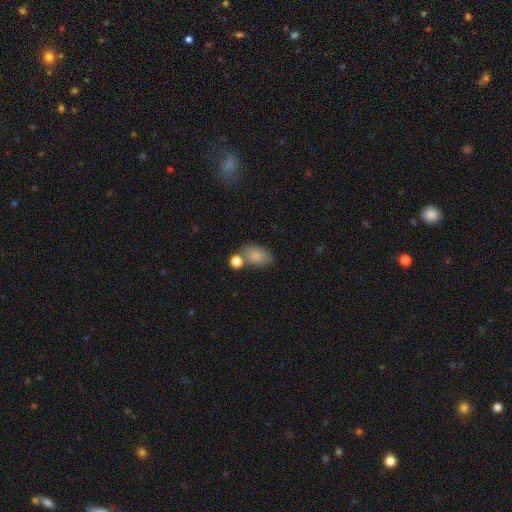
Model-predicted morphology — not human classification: A smooth galaxy with no disk features (83%) that is in between round and cigar-shaped (87%).

Vote fractions:
- Smooth or featured? smooth: 83% / featured or disk: 9% / star or artifact: 8%
- How rounded? in between: 87% / round: 12% / cigar-shaped: 2%
- Merging? none: 60% / merger: 19% / minor disturbance: 16% / major disturbance: 5%